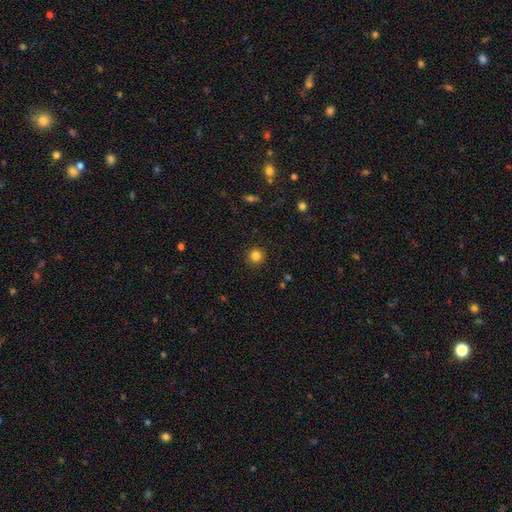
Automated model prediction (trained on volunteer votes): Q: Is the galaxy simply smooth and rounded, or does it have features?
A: smooth — 84%.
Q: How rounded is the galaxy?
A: round — 94%.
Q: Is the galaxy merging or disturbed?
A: none — 91%.